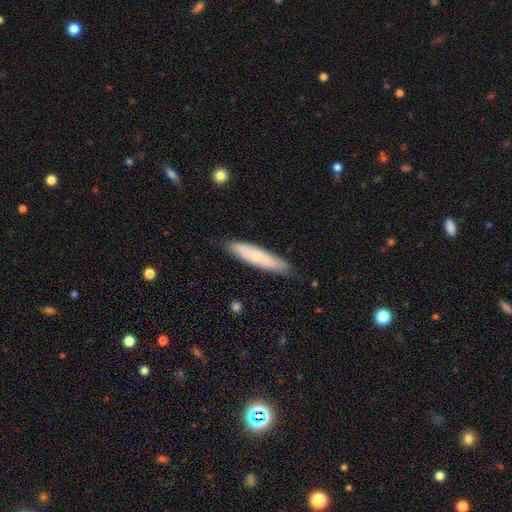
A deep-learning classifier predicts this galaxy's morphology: A smooth galaxy with no disk features (58%) that is cigar-shaped (80%). Merging: none (82%).